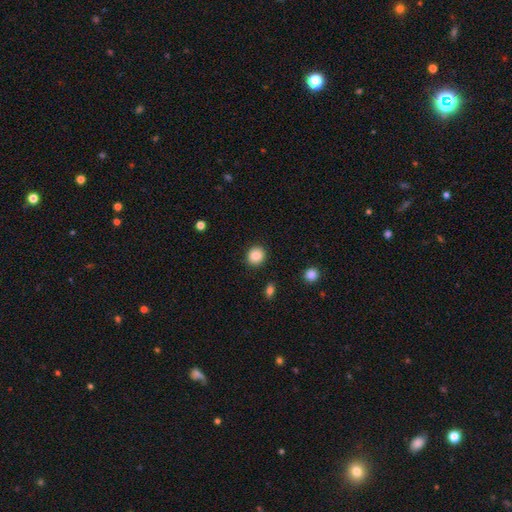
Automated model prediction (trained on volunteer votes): Smooth or featured? Predicted: smooth (p=0.88). How rounded? Predicted: round (p=0.81). Merging? Predicted: none (p=0.89).